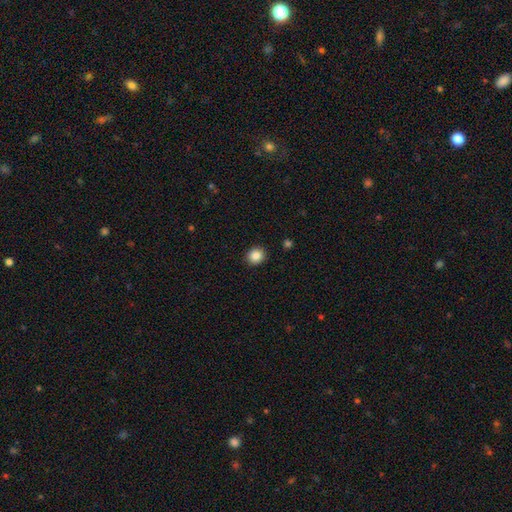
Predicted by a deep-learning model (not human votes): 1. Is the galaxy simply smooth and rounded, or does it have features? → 86% smooth, 9% star or artifact, 4% featured or disk.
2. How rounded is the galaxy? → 81% round, 18% in between, 1% cigar-shaped.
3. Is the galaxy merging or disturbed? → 91% none, 6% minor disturbance, 2% major disturbance, 1% merger.